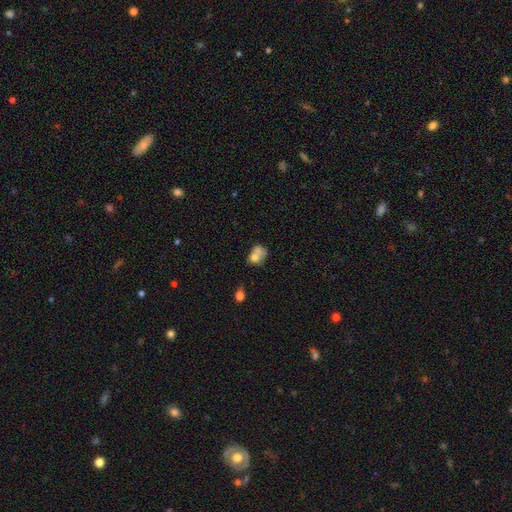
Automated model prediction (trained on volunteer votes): The model was most divided on "how rounded": in between: 55%, round: 44%, cigar-shaped: 1%. More confident: smooth or featured — smooth (65%); merging — merger (52%).